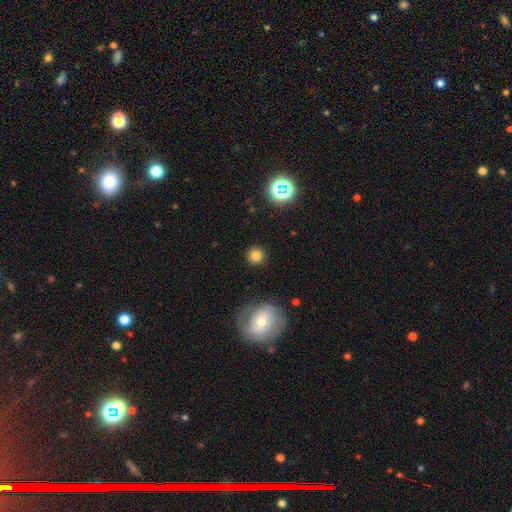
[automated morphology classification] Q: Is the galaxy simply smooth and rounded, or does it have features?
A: smooth — 79%.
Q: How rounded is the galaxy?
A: round — 93%.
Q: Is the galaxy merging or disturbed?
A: none — 89%.